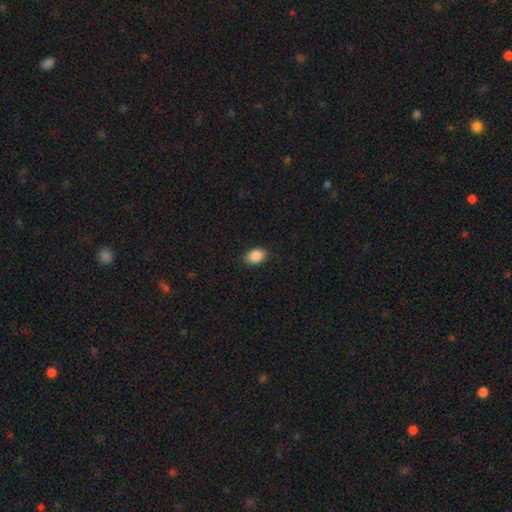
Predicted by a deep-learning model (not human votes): Overall: smooth (87%). How rounded: in between (85%). Merging: none (86%).